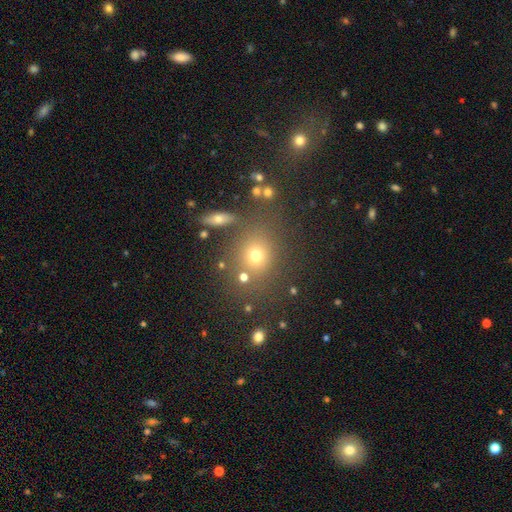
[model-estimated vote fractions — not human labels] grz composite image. It shows a smooth galaxy with no disk features (69%) that is round (71%). Merging: none (72%).